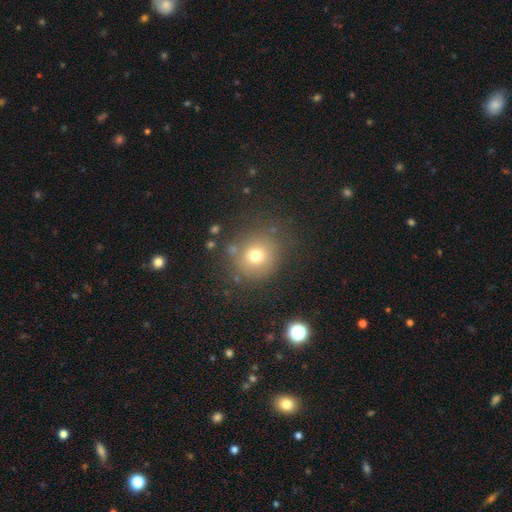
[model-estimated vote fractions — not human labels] Smooth or featured? Predicted: smooth (p=0.71). How rounded? Predicted: round (p=0.87). Merging? Predicted: none (p=0.76).